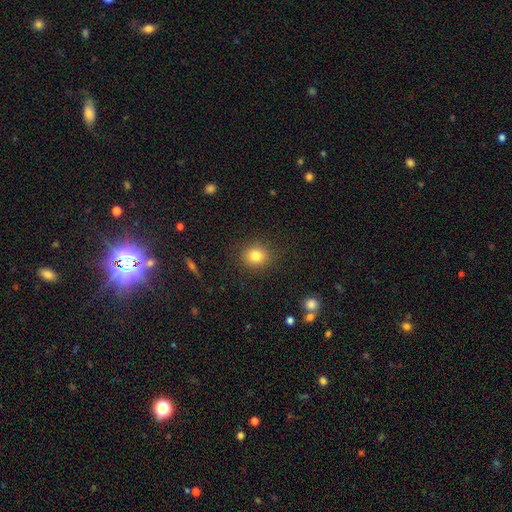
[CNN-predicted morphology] smooth-or-featured: smooth: 82% | star or artifact: 11% | featured or disk: 7%
  how-rounded: round: 79% | in between: 20% | cigar-shaped: 1%
  merging: none: 88% | minor disturbance: 8% | major disturbance: 3% | merger: 1%